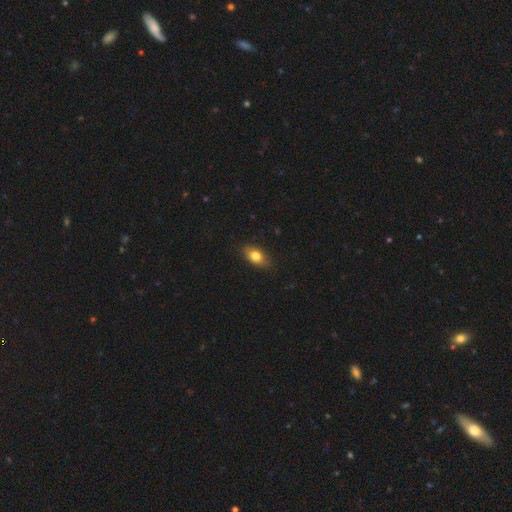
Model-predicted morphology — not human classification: smooth 80%, featured or disk 12%, star or artifact 8%. Down the decision tree: how rounded — in between (84%); merging — none (85%).